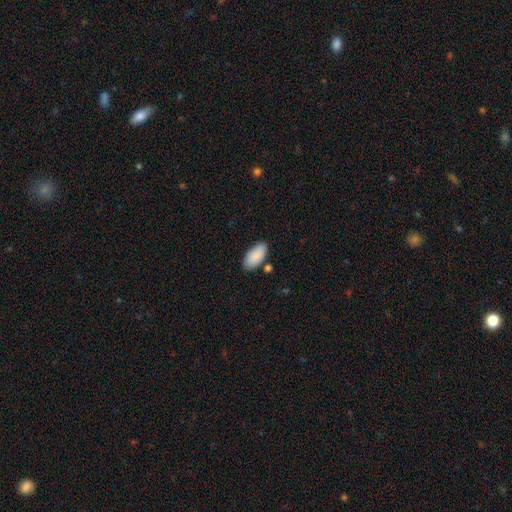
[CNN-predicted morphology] type=smooth (89%); roundness=in between (94%); merging=none (79%).